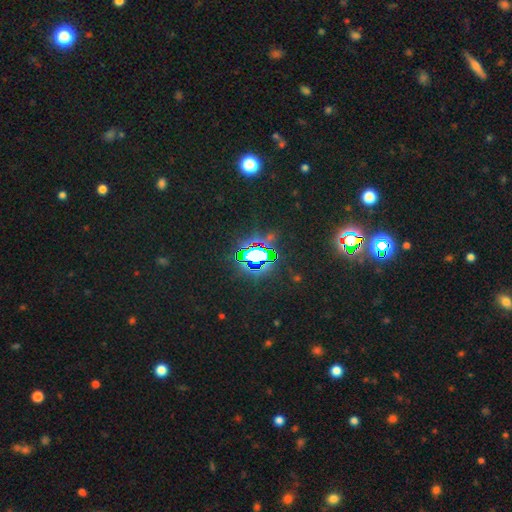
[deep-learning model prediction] A star or artifact, not a galaxy (76%).

Vote fractions:
- Smooth or featured? star or artifact: 76% / smooth: 14% / featured or disk: 10%